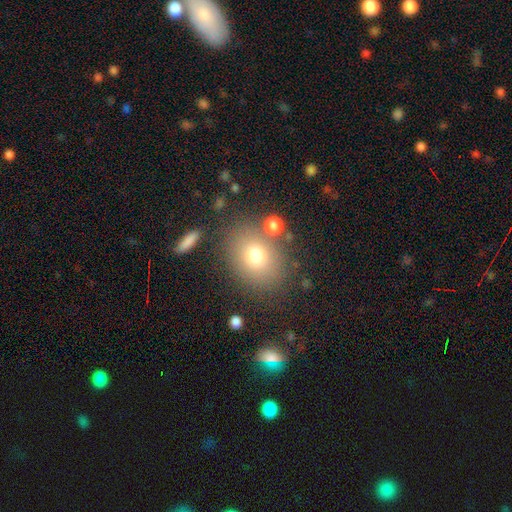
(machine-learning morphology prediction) Overall: smooth (73%). How rounded: round (50%; in between 49%). Merging: none (77%).